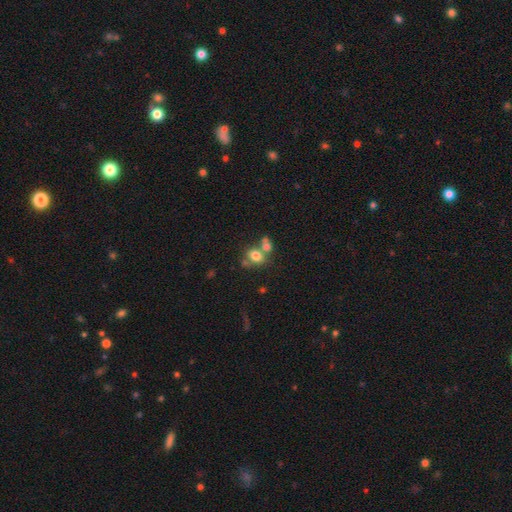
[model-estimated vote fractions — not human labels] A smooth galaxy with no disk features (75%) that is in between round and cigar-shaped (62%).

Vote fractions:
- Smooth or featured? smooth: 75% / featured or disk: 14% / star or artifact: 11%
- How rounded? in between: 62% / round: 37% / cigar-shaped: 1%
- Merging? merger: 44% / none: 39% / minor disturbance: 11% / major disturbance: 6%